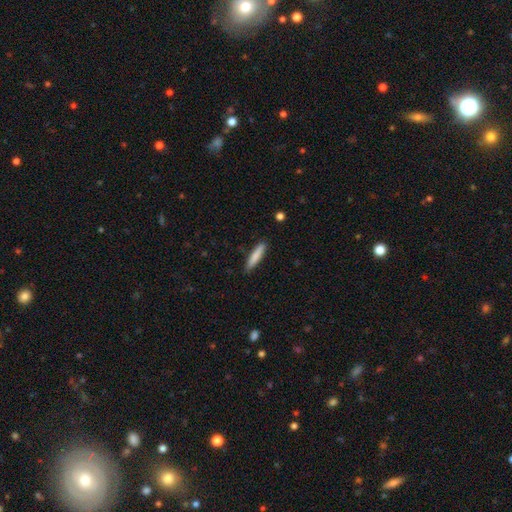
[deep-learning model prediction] This appears to be a smooth galaxy with no disk features (82%) that is cigar-shaped (87%). Merging: none (87%).